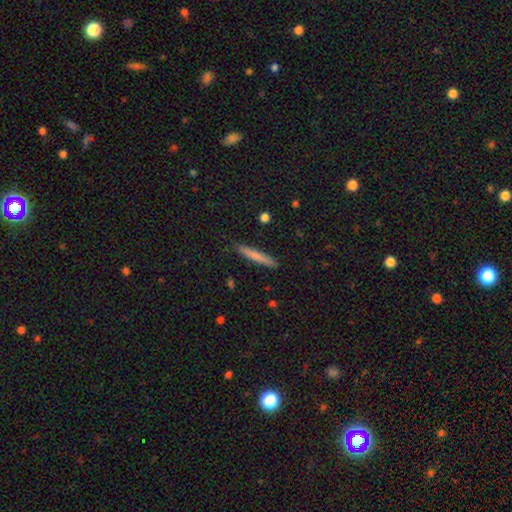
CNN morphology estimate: Smooth or featured? Predicted: smooth (p=0.74). How rounded? Predicted: cigar-shaped (p=0.95). Merging? Predicted: none (p=0.89).